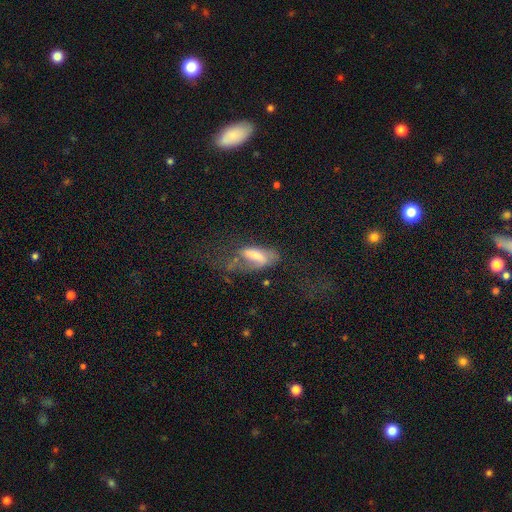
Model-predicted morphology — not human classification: Q: Smooth or featured?
A: smooth (55%); runner-up: featured or disk (35%)
Q: How rounded?
A: in between (78%); runner-up: cigar-shaped (19%)
Q: Merging?
A: major disturbance (47%); runner-up: none (25%)